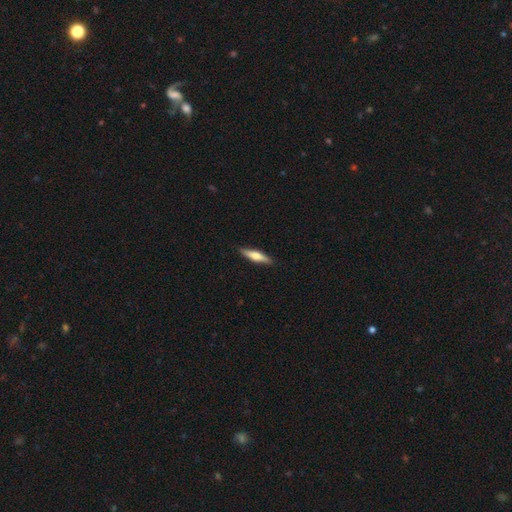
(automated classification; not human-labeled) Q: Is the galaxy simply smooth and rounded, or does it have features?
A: smooth — 51%.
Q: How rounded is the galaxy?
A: cigar-shaped — 80%.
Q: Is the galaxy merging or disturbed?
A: none — 88%.